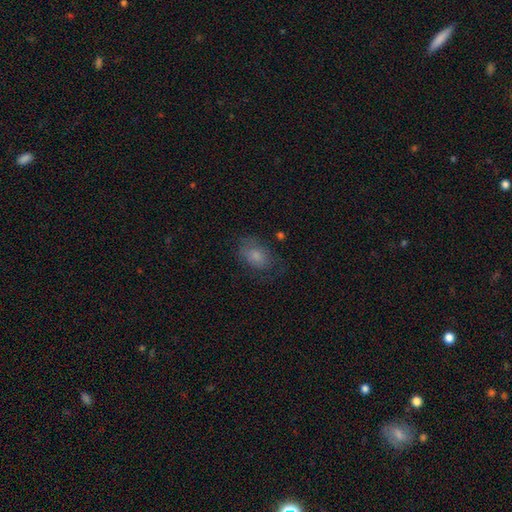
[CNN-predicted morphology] Q: Smooth or featured?
A: smooth (72%); runner-up: featured or disk (18%)
Q: How rounded?
A: in between (81%); runner-up: round (18%)
Q: Merging?
A: none (61%); runner-up: minor disturbance (24%)